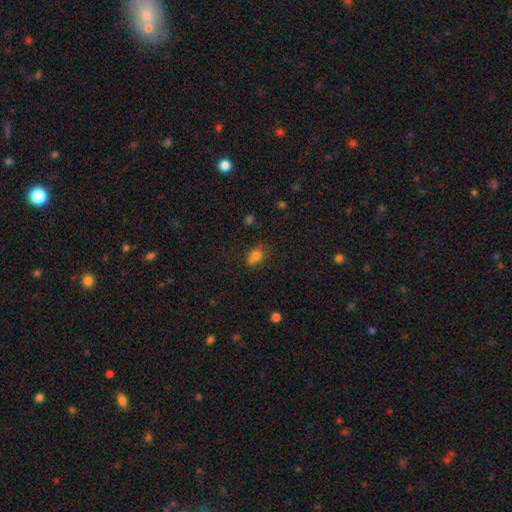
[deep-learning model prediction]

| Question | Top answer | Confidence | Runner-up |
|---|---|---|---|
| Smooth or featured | smooth | 75% | star or artifact (15%) |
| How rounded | in between | 51% | round (47%) |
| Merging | none | 51% | minor disturbance (23%) |